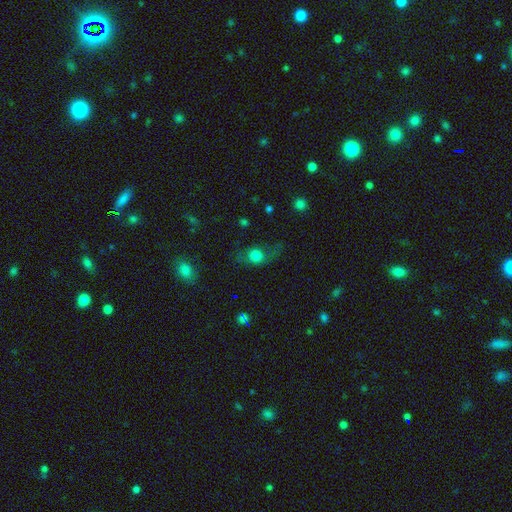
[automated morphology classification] Smooth or featured: smooth — 67% (featured or disk — 19%)
How rounded: round — 70% (in between — 28%)
Merging: none — 56% (minor disturbance — 21%)